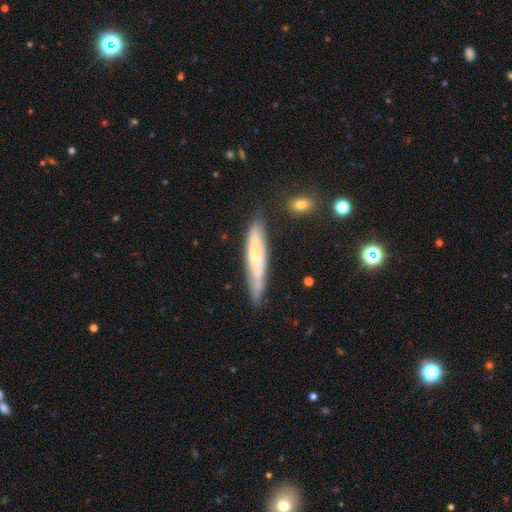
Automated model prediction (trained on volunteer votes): A featured or disk galaxy (53%) viewed edge-on (72%). Merging: none (73%).